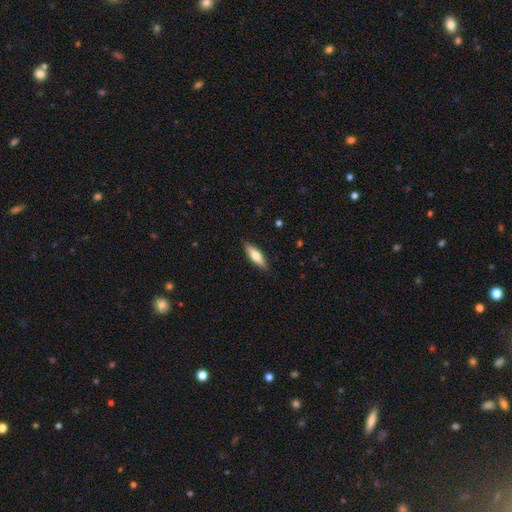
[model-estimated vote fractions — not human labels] This is likely a smooth galaxy (66%). How rounded: possibly cigar-shaped (53%). Merging: clearly none (89%).